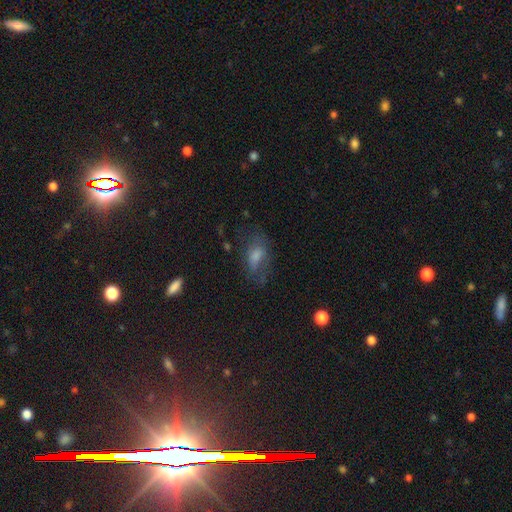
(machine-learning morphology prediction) Overall: smooth (51%; featured or disk 29%). How rounded: in between (83%). Merging: none (58%; minor disturbance 23%).